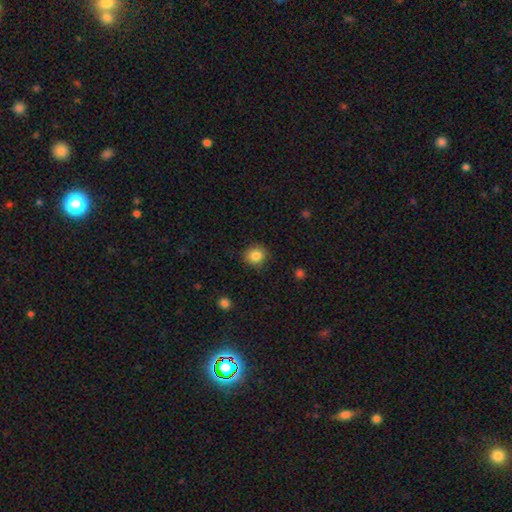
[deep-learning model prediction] Smooth or featured? smooth (84%)
How rounded? round (84%)
Merging? none (89%)